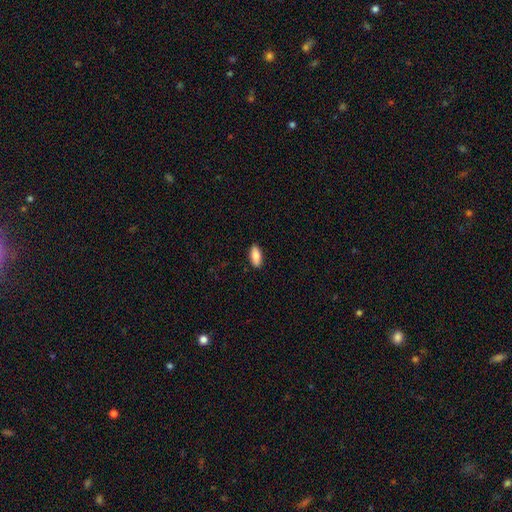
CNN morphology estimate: Overall: smooth (86%). How rounded: in between (85%). Merging: none (88%).